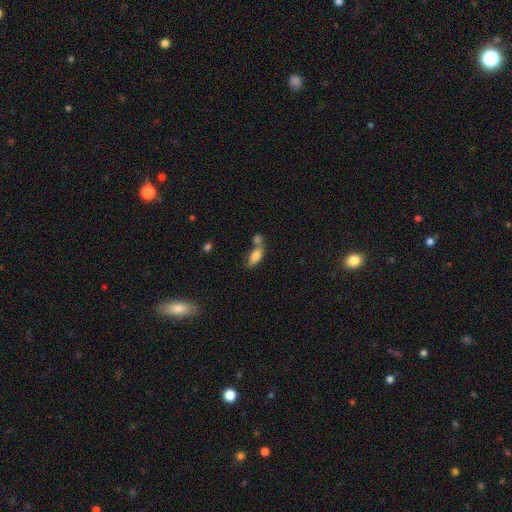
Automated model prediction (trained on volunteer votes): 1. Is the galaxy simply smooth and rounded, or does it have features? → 78% smooth, 14% featured or disk, 8% star or artifact.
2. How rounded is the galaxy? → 80% in between, 16% cigar-shaped, 4% round.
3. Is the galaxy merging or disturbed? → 43% none, 38% merger, 14% minor disturbance, 5% major disturbance.